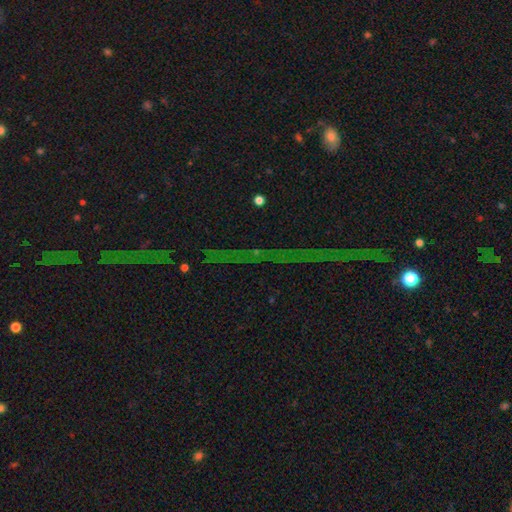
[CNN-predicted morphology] Smooth or featured?
  - star or artifact: 80% *
  - featured or disk: 11%
  - smooth: 9%